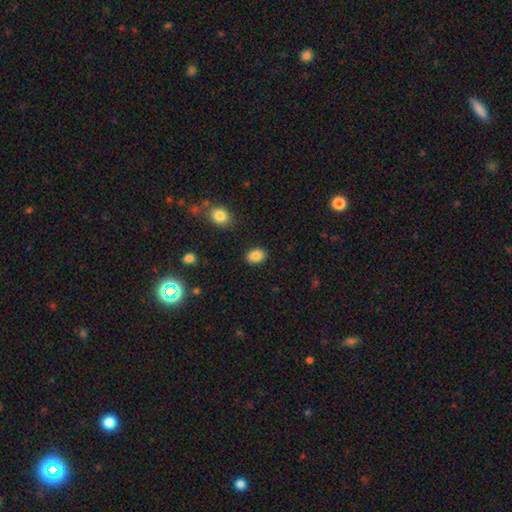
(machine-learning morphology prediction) smooth-or-featured: smooth: 87% | star or artifact: 9% | featured or disk: 4%
  how-rounded: in between: 64% | round: 35% | cigar-shaped: 1%
  merging: none: 89% | minor disturbance: 8% | major disturbance: 2% | merger: 2%